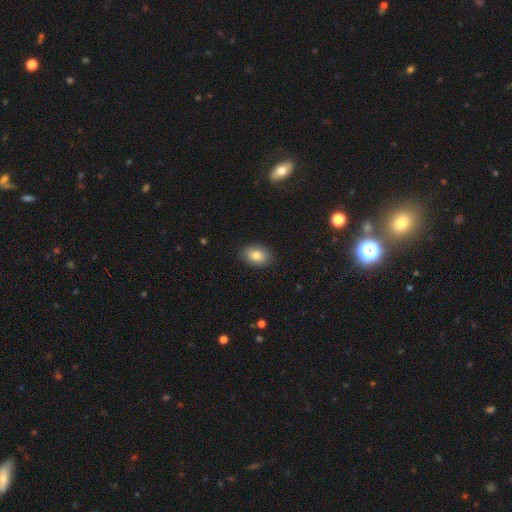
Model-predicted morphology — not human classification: A smooth galaxy with no disk features (81%) that is in between round and cigar-shaped (81%).

Vote fractions:
- Smooth or featured? smooth: 81% / featured or disk: 11% / star or artifact: 9%
- How rounded? in between: 81% / round: 17% / cigar-shaped: 1%
- Merging? none: 88% / minor disturbance: 9% / major disturbance: 2% / merger: 1%